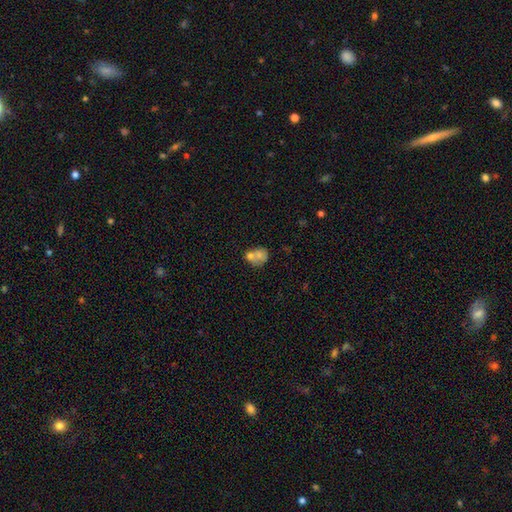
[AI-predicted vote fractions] This is likely a smooth galaxy (68%). How rounded: likely round (62%). Merging: possibly merger (53%).